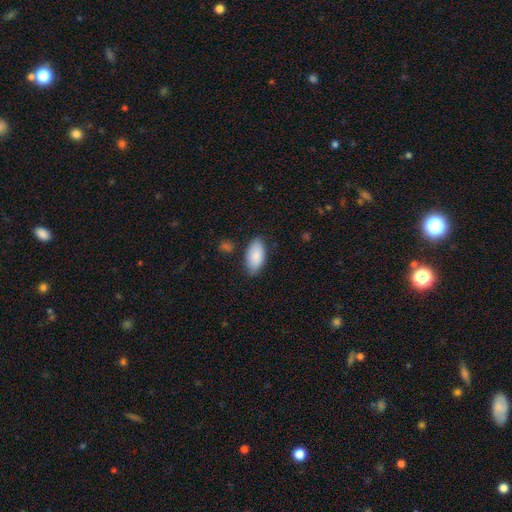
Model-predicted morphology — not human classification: Overall: smooth (86%). How rounded: in between (94%). Merging: none (80%).